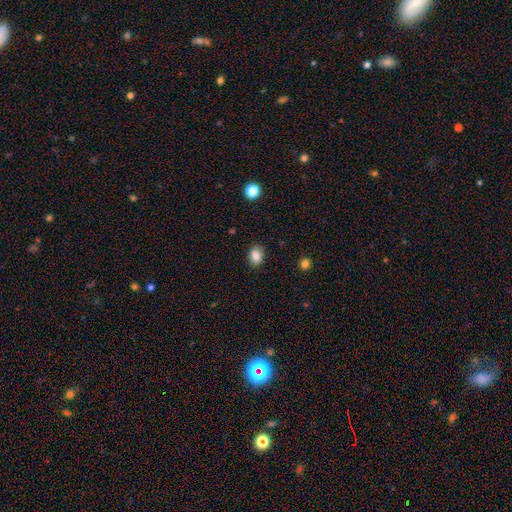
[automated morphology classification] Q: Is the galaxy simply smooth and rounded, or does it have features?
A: smooth — 85%.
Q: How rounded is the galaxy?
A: in between — 65%.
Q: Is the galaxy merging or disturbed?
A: none — 86%.